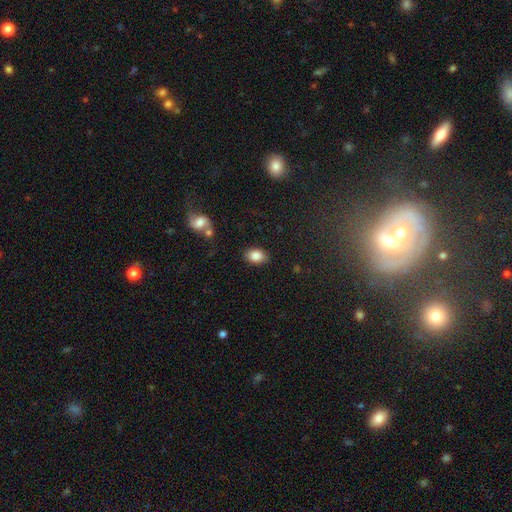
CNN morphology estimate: The model was most divided on "how rounded": in between: 81%, round: 18%, cigar-shaped: 1%. More confident: smooth or featured — smooth (85%); merging — none (84%).